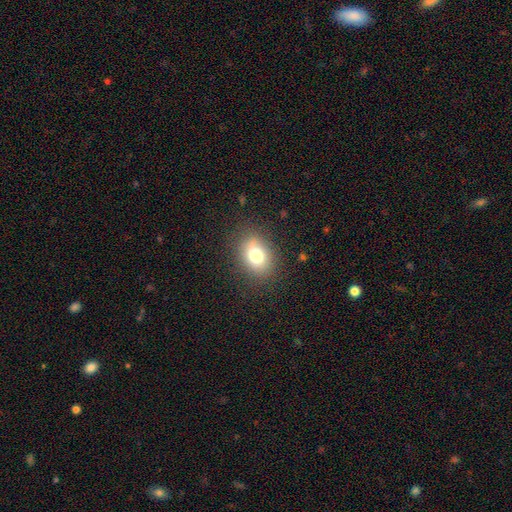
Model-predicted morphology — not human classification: Smooth or featured?
  - smooth: 75% *
  - featured or disk: 13%
  - star or artifact: 11%
How rounded?
  - in between: 68% *
  - round: 31%
  - cigar-shaped: 1%
Merging?
  - none: 81% *
  - minor disturbance: 13%
  - major disturbance: 5%
  - merger: 1%